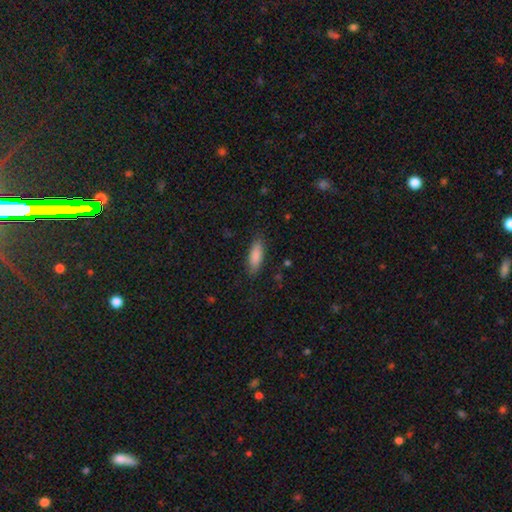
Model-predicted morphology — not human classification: This appears to be a smooth galaxy with no disk features (86%) that is in between round and cigar-shaped (64%). Merging: none (84%).